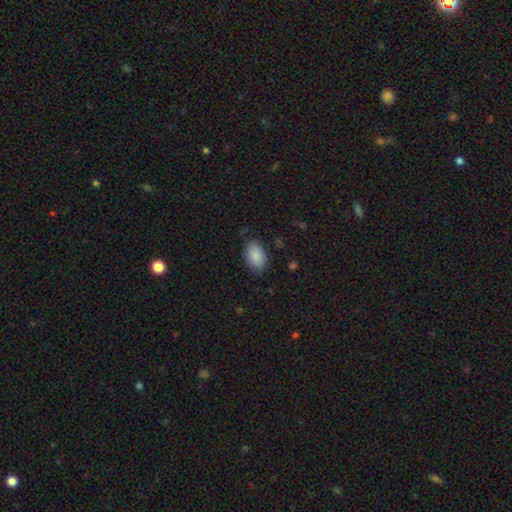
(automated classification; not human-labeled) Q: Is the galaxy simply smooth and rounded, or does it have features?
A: smooth — 87%.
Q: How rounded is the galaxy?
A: in between — 91%.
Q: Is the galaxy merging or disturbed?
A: none — 79%.